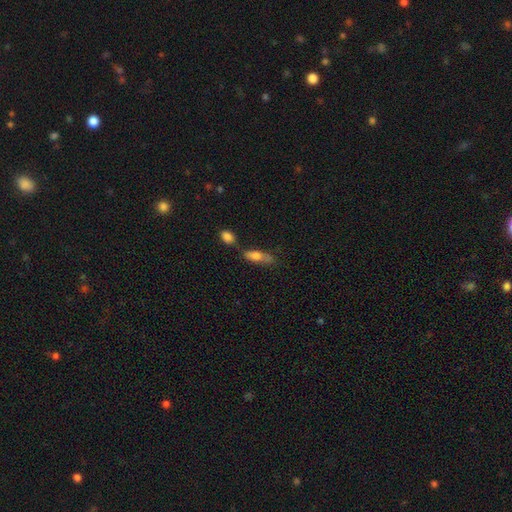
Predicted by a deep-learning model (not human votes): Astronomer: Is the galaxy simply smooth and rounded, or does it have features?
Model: smooth — 72%.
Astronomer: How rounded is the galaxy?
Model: in between — 57% (runner-up: cigar-shaped, 39%).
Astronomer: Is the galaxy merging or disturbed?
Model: none — 48% (runner-up: minor disturbance, 24%).